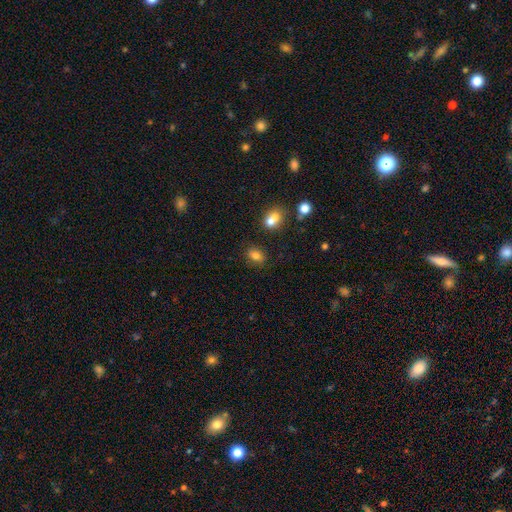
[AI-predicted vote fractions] This is likely a smooth galaxy (80%). How rounded: likely in between (68%). Merging: likely none (77%).